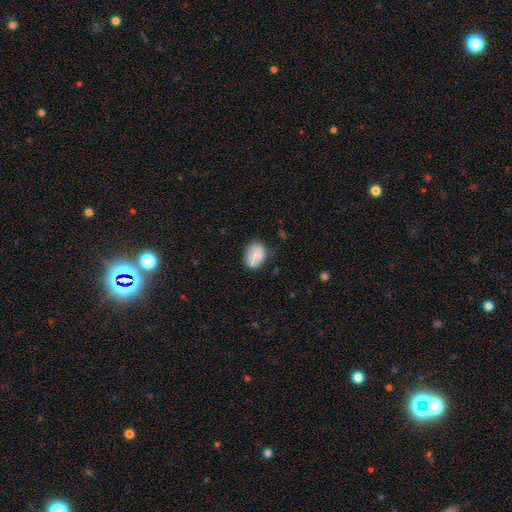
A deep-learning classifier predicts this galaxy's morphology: smooth-or-featured: smooth: 78% | featured or disk: 15% | star or artifact: 7%
  how-rounded: in between: 75% | round: 24% | cigar-shaped: 1%
  merging: none: 70% | minor disturbance: 23% | major disturbance: 5% | merger: 2%